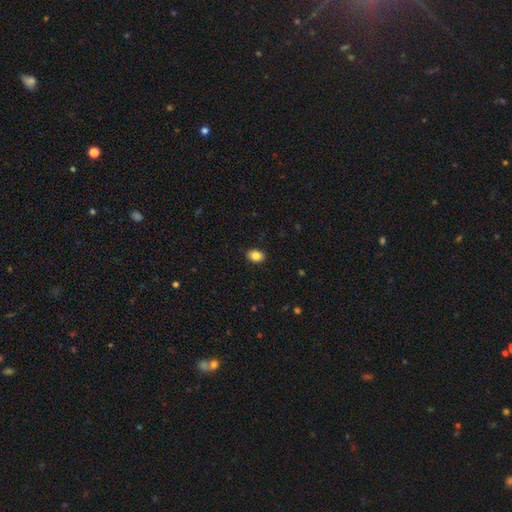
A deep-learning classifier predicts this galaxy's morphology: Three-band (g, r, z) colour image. It shows a smooth galaxy with no disk features (86%) that is in between round and cigar-shaped (70%). Merging: none (88%).